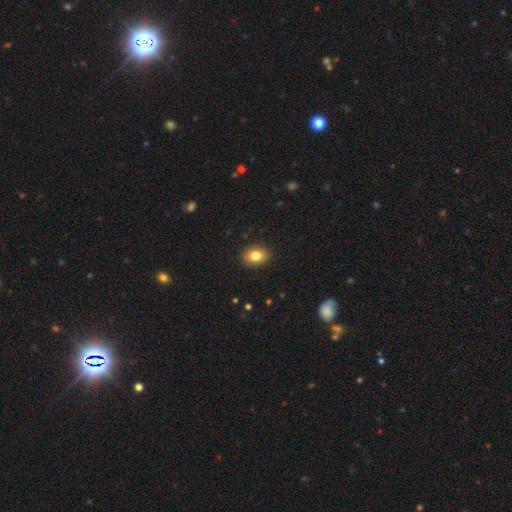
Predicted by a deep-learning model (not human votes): The model was most divided on "how rounded": in between: 75%, round: 24%, cigar-shaped: 1%. More confident: merging — none (89%); smooth or featured — smooth (83%).